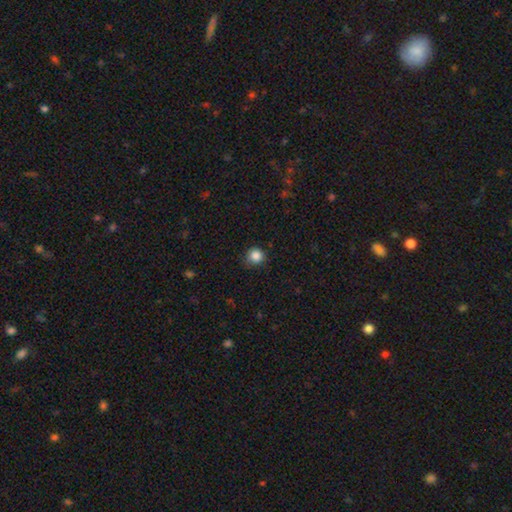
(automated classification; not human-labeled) The model was most divided on "merging": none: 81%, minor disturbance: 15%, major disturbance: 3%, merger: 1%. More confident: how rounded — round (91%); smooth or featured — smooth (86%).